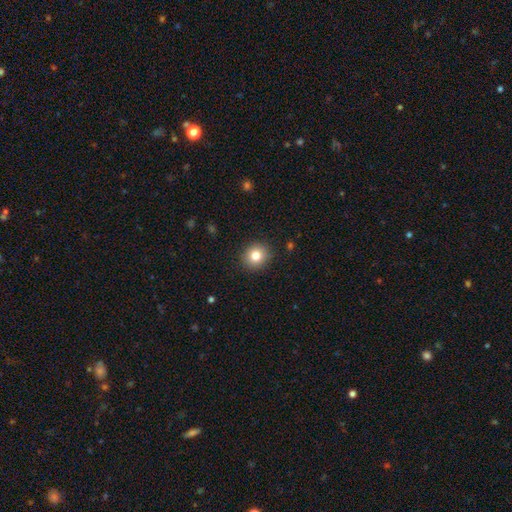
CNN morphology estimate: The model was most divided on "how rounded": round: 83%, in between: 16%, cigar-shaped: 1%. More confident: merging — none (90%); smooth or featured — smooth (80%).